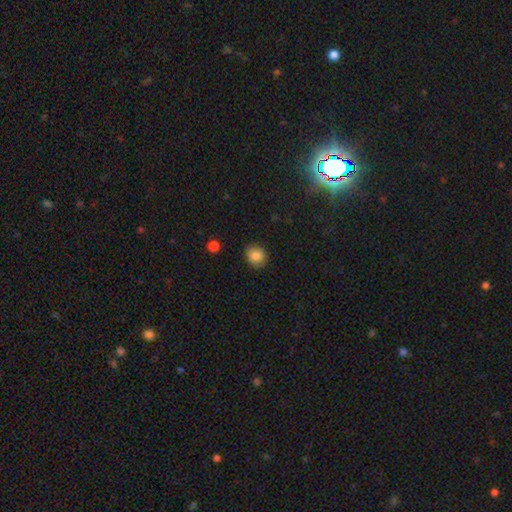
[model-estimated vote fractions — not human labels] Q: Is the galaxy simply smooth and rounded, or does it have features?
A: smooth — 84%.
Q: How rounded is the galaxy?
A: round — 82%.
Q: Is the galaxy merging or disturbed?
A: none — 81%.